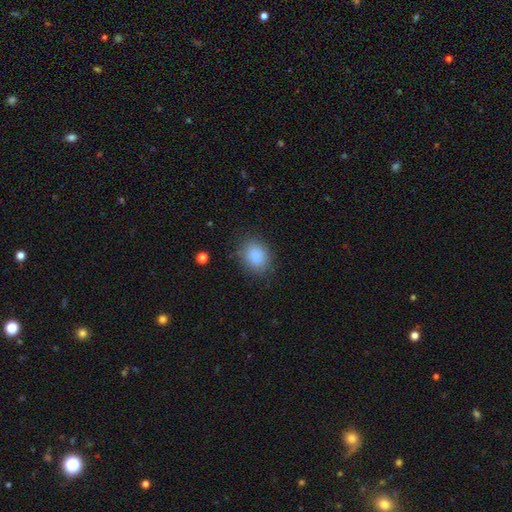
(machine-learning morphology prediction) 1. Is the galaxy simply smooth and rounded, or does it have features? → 87% smooth, 9% star or artifact, 4% featured or disk.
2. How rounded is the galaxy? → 51% in between, 48% round, 1% cigar-shaped.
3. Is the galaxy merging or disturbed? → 81% none, 13% minor disturbance, 4% major disturbance, 1% merger.